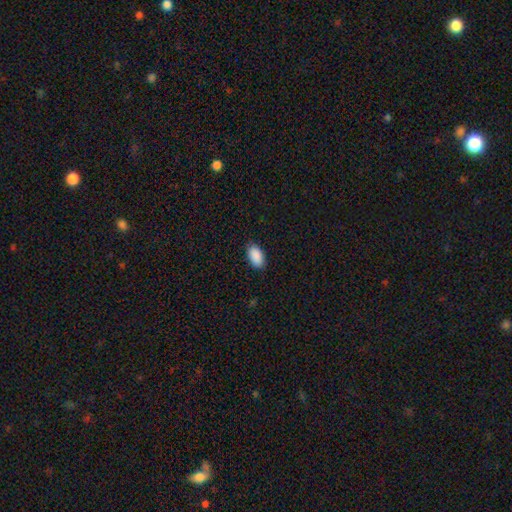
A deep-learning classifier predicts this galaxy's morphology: smooth-or-featured: smooth: 91% | star or artifact: 7% | featured or disk: 3%
  how-rounded: in between: 94% | round: 4% | cigar-shaped: 2%
  merging: none: 84% | minor disturbance: 12% | major disturbance: 2% | merger: 1%